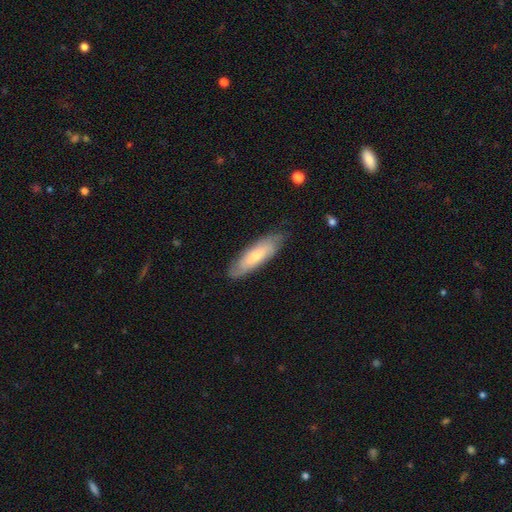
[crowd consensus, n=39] This appears to be a smooth galaxy with no disk features (64%) that is cigar-shaped (60%). Merging: none (84%).